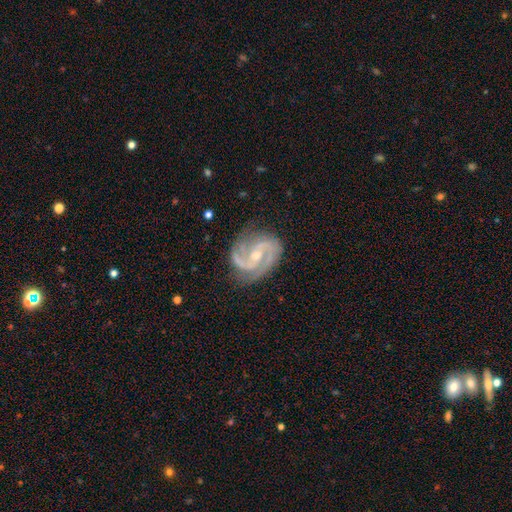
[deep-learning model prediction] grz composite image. It shows a featured or disk galaxy (93%) with a weak bar (45%), 2 (86%) medium (59%) spiral arms (99%) and a small central bulge (49%). Merging: none (77%).